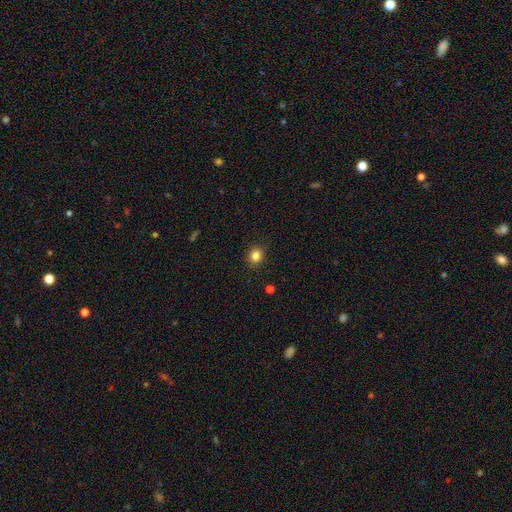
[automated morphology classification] Overall: smooth (84%). How rounded: round (79%). Merging: none (90%).